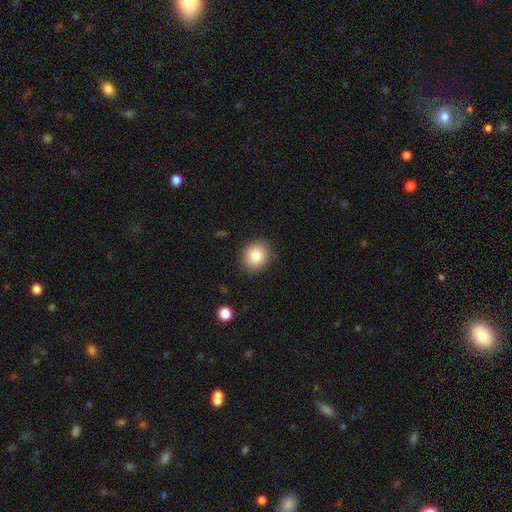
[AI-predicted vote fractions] Smooth or featured? smooth (81%)
How rounded? round (83%)
Merging? none (88%)